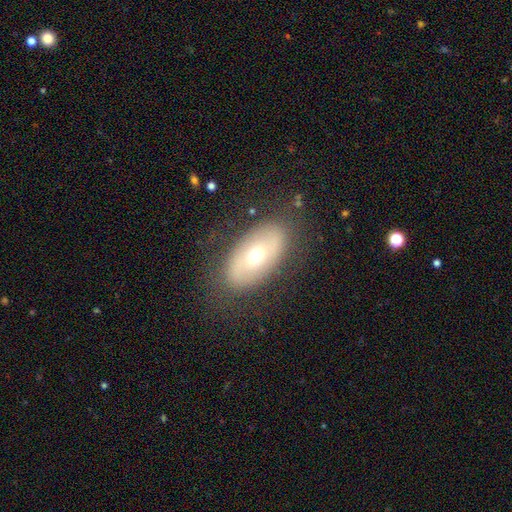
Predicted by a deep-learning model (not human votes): A featured or disk galaxy (46%, tied with smooth). Merging: none (80%).